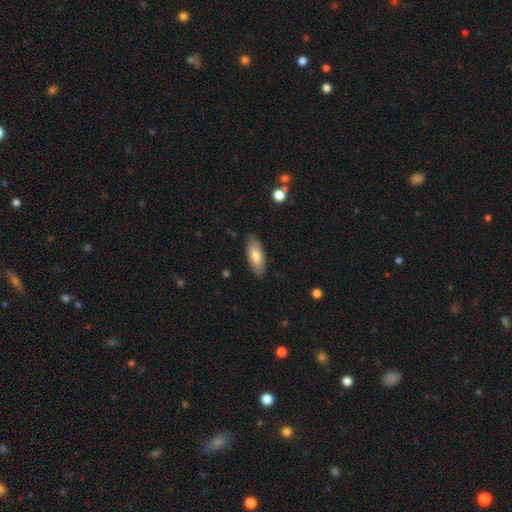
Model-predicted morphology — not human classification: Smooth or featured: smooth — 69% (featured or disk — 25%)
How rounded: in between — 73% (cigar-shaped — 25%)
Merging: none — 85% (minor disturbance — 12%)